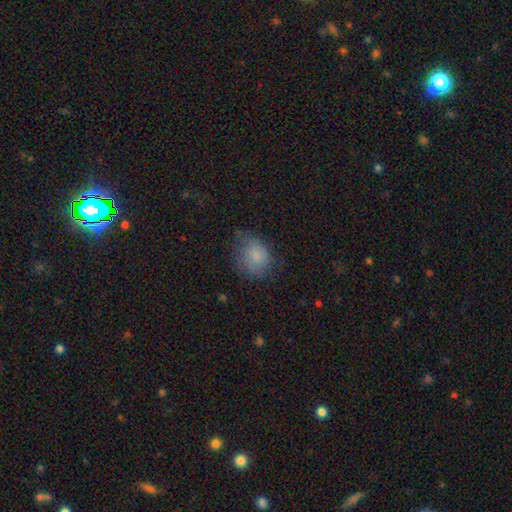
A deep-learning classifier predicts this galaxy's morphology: smooth_or_featured: smooth (p=0.79) [alt: featured or disk p=0.13]
how_rounded: round (p=0.58) [alt: in between p=0.41]
merging: none (p=0.58) [alt: minor disturbance p=0.30]